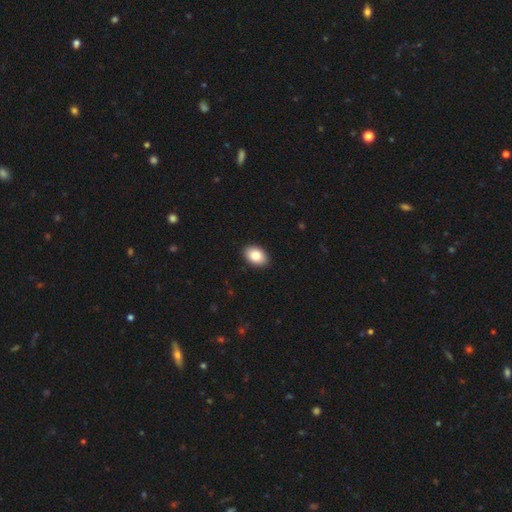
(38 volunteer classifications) Volunteers were most divided on "smooth or featured": smooth: 79%, featured or disk: 16%, star or artifact: 5%. More confident: merging — none (94%); how rounded — in between (90%).